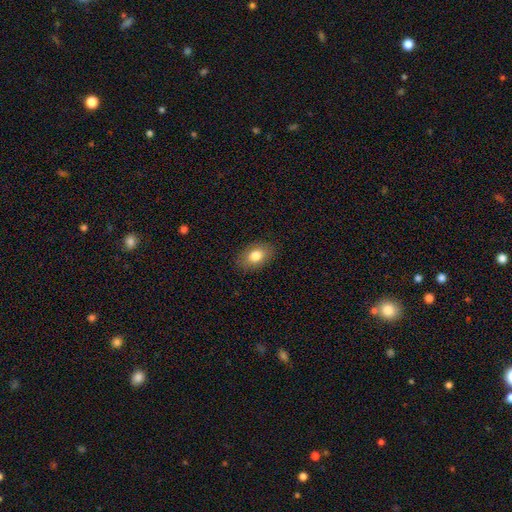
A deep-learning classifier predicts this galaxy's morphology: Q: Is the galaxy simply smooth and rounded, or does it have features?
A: smooth — 80%.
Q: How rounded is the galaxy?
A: in between — 84%.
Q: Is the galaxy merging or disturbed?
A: none — 86%.